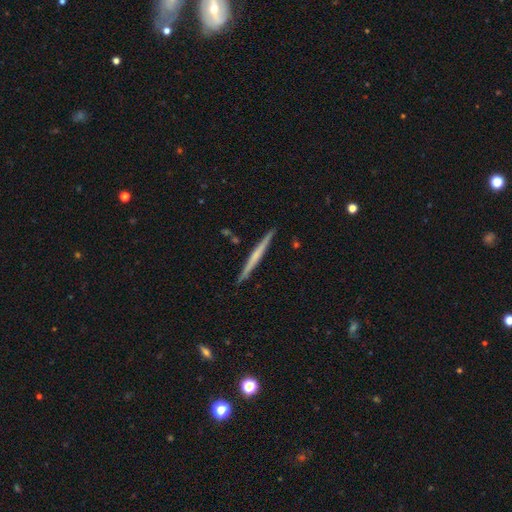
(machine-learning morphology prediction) Smooth or featured?
  - featured or disk: 59% *
  - smooth: 36%
  - star or artifact: 5%
Edge-on disk?
  - yes: 98% *
  - no: 2%
Edge-on bulge?
  - none: 71% *
  - rounded: 22%
  - boxy: 6%
Merging?
  - none: 91% *
  - minor disturbance: 6%
  - merger: 1%
  - major disturbance: 1%